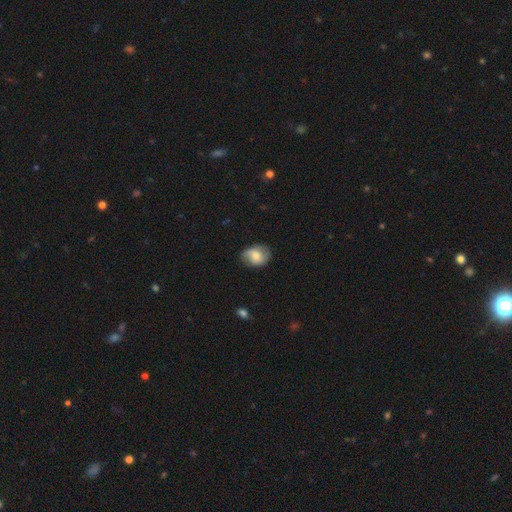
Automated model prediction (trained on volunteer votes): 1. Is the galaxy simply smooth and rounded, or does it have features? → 53% smooth, 39% featured or disk, 8% star or artifact.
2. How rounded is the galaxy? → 58% in between, 41% round, 1% cigar-shaped.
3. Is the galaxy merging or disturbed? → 70% none, 23% minor disturbance, 6% major disturbance, 1% merger.